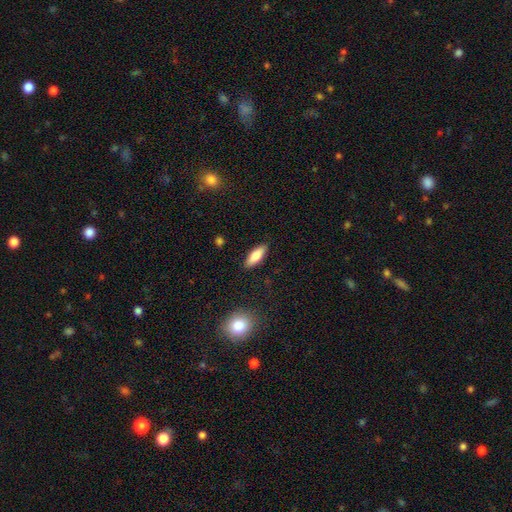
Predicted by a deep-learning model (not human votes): The model was most divided on "how rounded": in between: 65%, cigar-shaped: 33%, round: 2%. More confident: merging — none (87%); smooth or featured — smooth (80%).